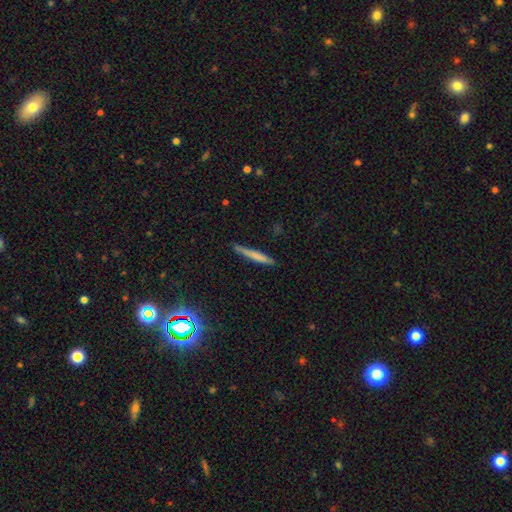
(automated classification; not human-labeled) Smooth or featured? Predicted: smooth (p=0.62). How rounded? Predicted: cigar-shaped (p=0.95). Merging? Predicted: none (p=0.82).